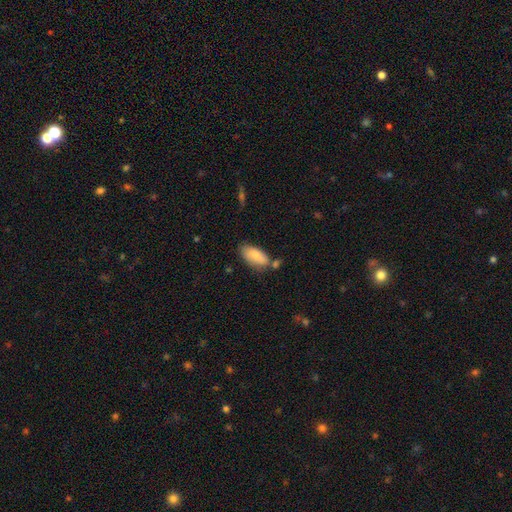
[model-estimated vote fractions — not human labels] smooth-or-featured: smooth: 82% | featured or disk: 12% | star or artifact: 6%
  how-rounded: in between: 90% | cigar-shaped: 8% | round: 2%
  merging: none: 62% | minor disturbance: 21% | merger: 12% | major disturbance: 5%